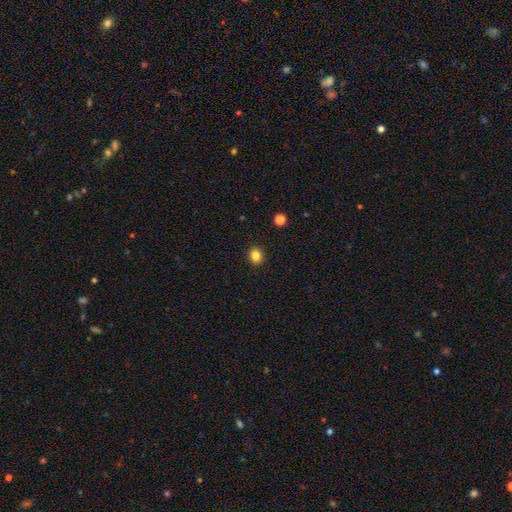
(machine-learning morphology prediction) Smooth or featured? smooth (84%)
How rounded? round (59%)
Merging? none (91%)